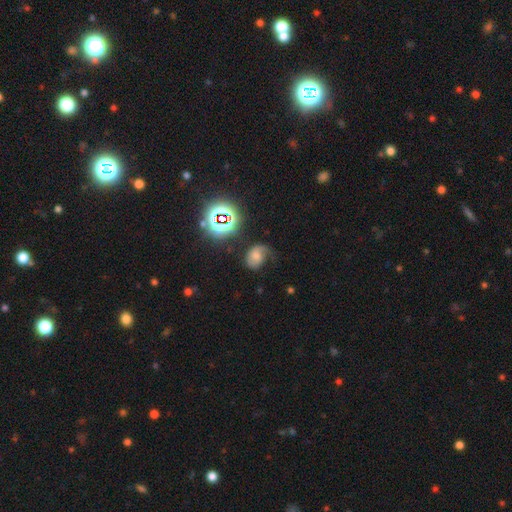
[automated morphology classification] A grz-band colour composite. It shows a featured or disk galaxy (41%). Merging: none (47%).